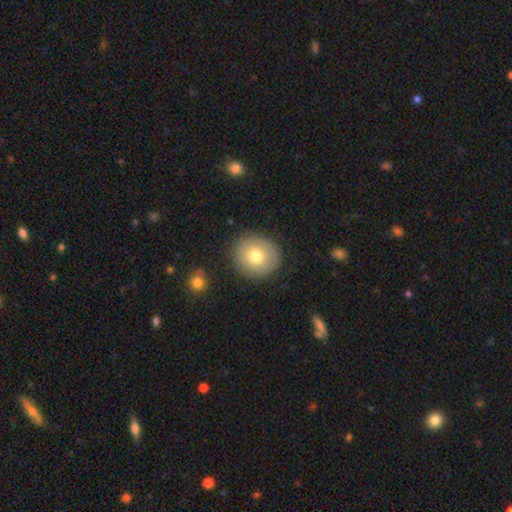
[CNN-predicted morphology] Overall: smooth (75%). How rounded: round (87%). Merging: none (87%).